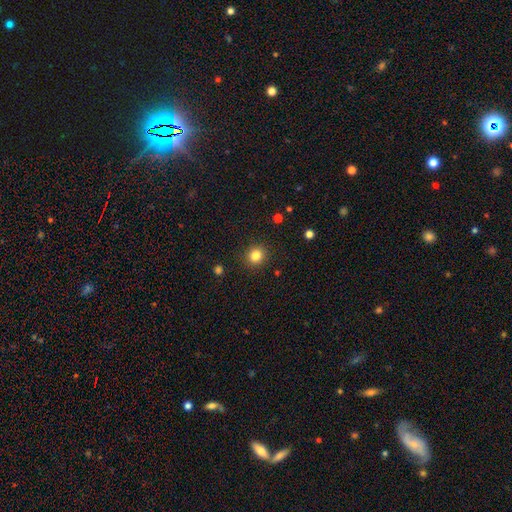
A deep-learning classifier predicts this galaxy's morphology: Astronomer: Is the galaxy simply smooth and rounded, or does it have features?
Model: smooth — 83%.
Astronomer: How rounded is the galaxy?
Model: round — 88%.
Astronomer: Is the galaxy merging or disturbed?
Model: none — 91%.